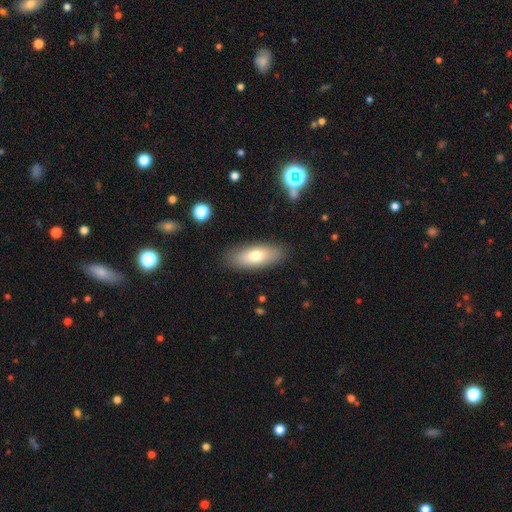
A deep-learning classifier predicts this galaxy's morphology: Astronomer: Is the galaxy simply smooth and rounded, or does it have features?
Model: smooth — 72%.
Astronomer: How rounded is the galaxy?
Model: in between — 77%.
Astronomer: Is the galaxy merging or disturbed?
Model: none — 87%.